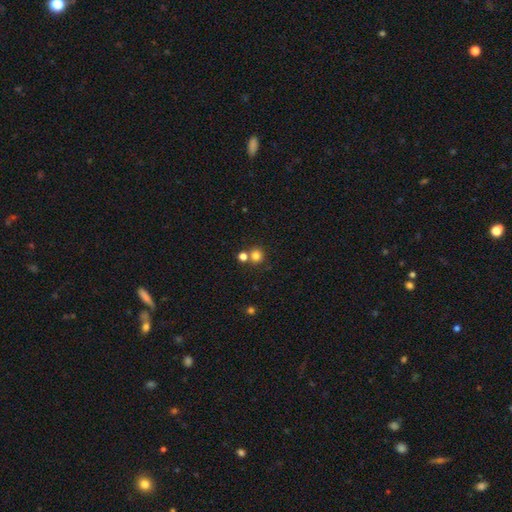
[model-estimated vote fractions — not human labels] A smooth galaxy with no disk features (79%) that is round (92%). Merging: none (68%).